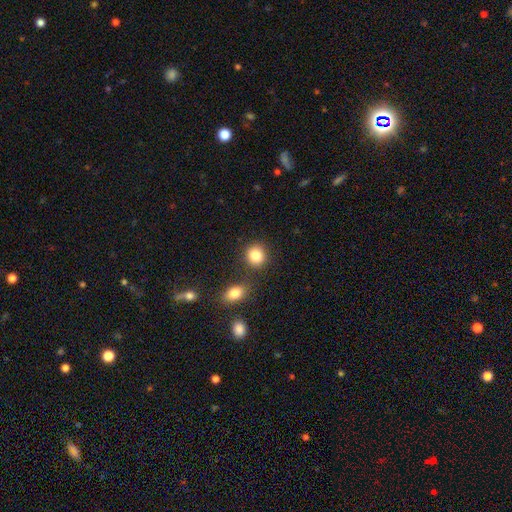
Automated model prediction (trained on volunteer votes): smooth 85%, star or artifact 9%, featured or disk 6%. Down the decision tree: how rounded — round (79%); merging — none (80%).